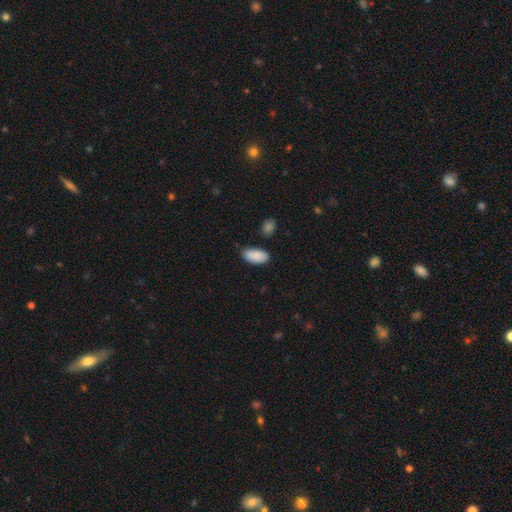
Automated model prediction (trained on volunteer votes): Smooth or featured?
  - smooth: 89% *
  - star or artifact: 7%
  - featured or disk: 5%
How rounded?
  - in between: 94% *
  - cigar-shaped: 3%
  - round: 3%
Merging?
  - none: 76% *
  - minor disturbance: 17%
  - merger: 4%
  - major disturbance: 3%